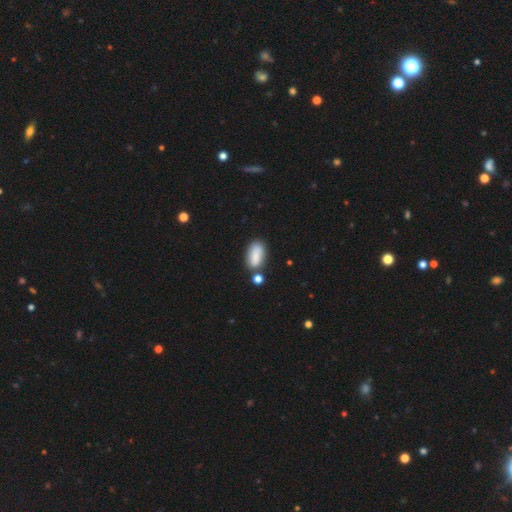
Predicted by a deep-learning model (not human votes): Overall: smooth (82%). How rounded: in between (86%). Merging: none (63%).